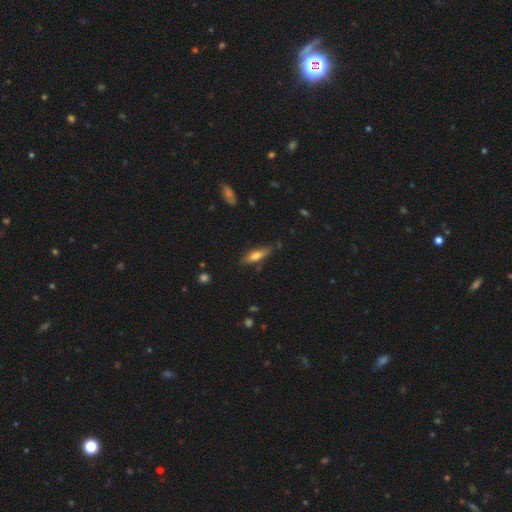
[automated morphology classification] Smooth or featured? smooth (58%)
How rounded? cigar-shaped (60%)
Merging? none (74%)